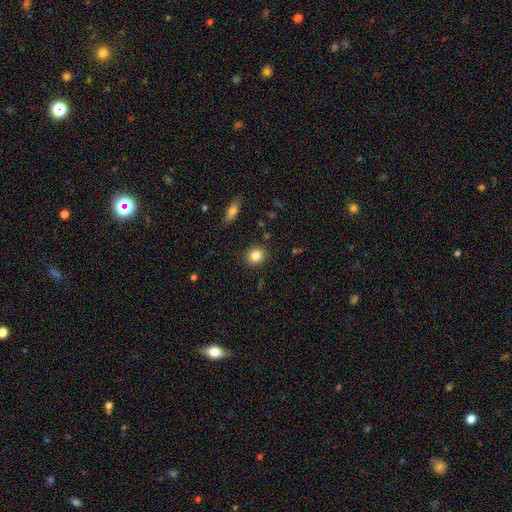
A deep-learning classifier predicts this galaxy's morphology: Smooth or featured? smooth (84%)
How rounded? round (76%)
Merging? none (89%)